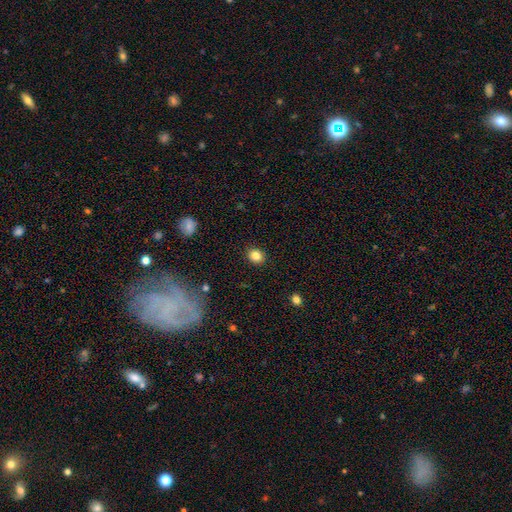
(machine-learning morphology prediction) smooth_or_featured: smooth (p=0.84) [alt: star or artifact p=0.11]
how_rounded: round (p=0.65) [alt: in between p=0.34]
merging: none (p=0.90) [alt: minor disturbance p=0.07]